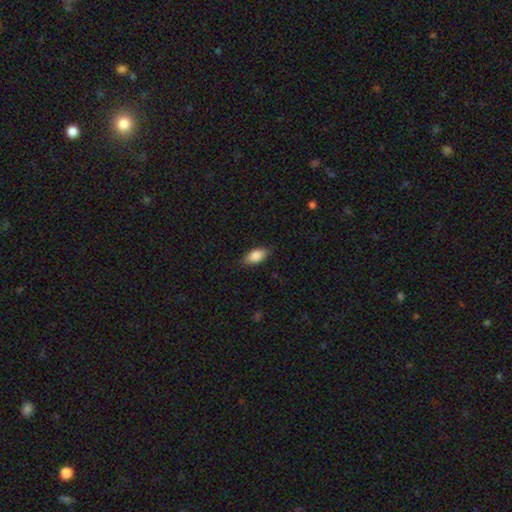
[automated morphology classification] This is clearly a smooth galaxy (85%). How rounded: clearly in between (89%). Merging: clearly none (82%).